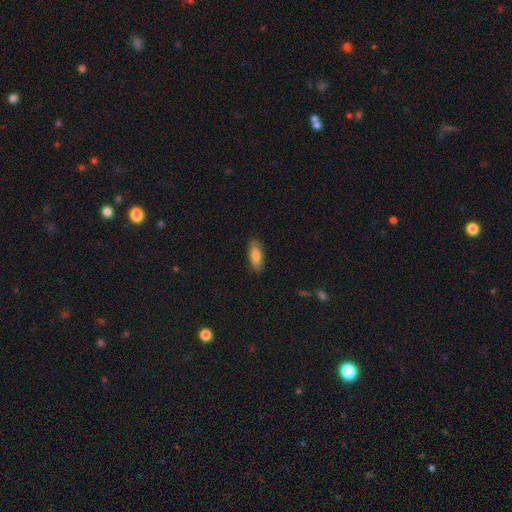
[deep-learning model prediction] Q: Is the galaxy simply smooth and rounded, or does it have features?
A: smooth — 80%.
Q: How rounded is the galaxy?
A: in between — 77%.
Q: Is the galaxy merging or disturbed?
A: none — 85%.